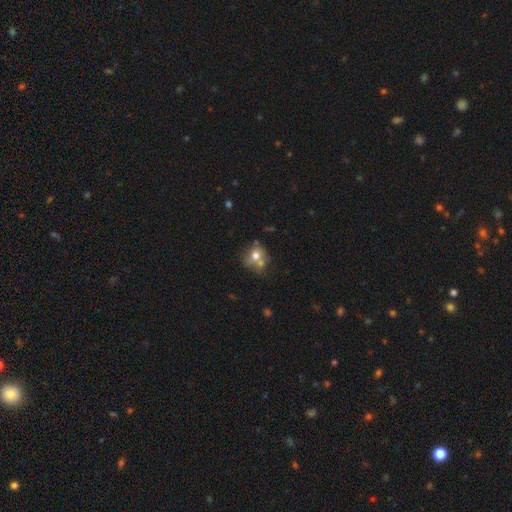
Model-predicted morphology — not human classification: smooth_or_featured: smooth (p=0.66) [alt: featured or disk p=0.23]
how_rounded: round (p=0.74) [alt: in between p=0.25]
merging: none (p=0.47) [alt: merger p=0.32]